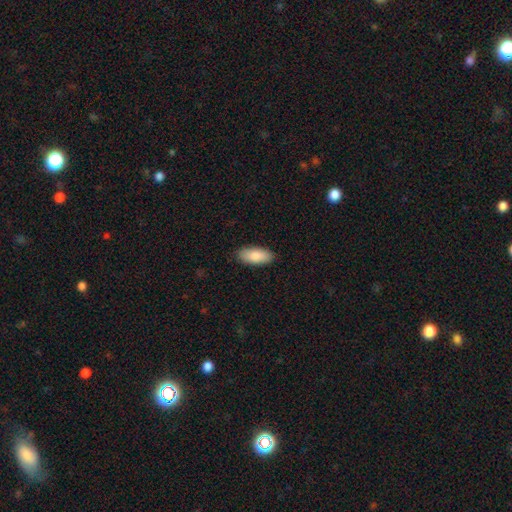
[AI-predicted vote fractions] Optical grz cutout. It shows a smooth galaxy with no disk features (88%) that is in between round and cigar-shaped (89%). Merging: none (88%).